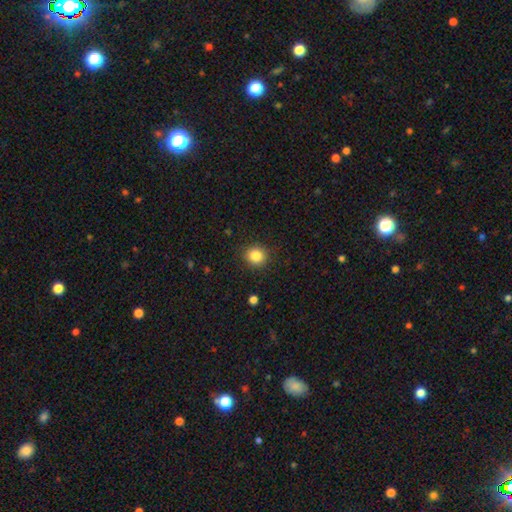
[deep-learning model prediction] smooth_or_featured: smooth (p=0.85) [alt: star or artifact p=0.11]
how_rounded: round (p=0.87) [alt: in between p=0.12]
merging: none (p=0.89) [alt: minor disturbance p=0.07]